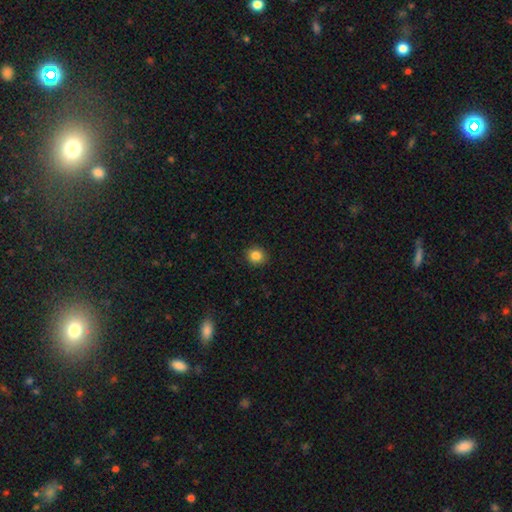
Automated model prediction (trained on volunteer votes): smooth_or_featured: smooth (p=0.85) [alt: star or artifact p=0.10]
how_rounded: round (p=0.84) [alt: in between p=0.16]
merging: none (p=0.90) [alt: minor disturbance p=0.07]